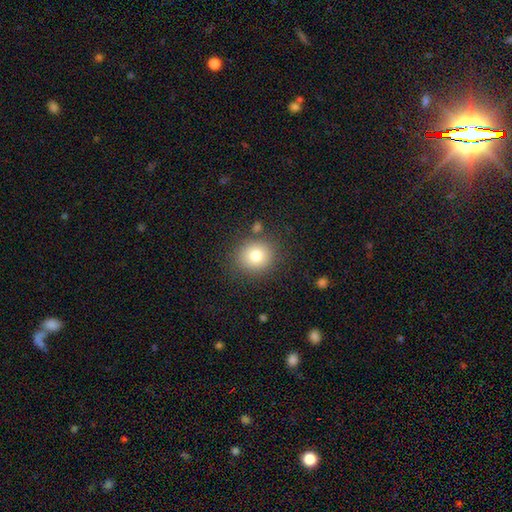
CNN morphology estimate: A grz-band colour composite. It shows a smooth galaxy with no disk features (79%) that is round (85%). Merging: none (83%).